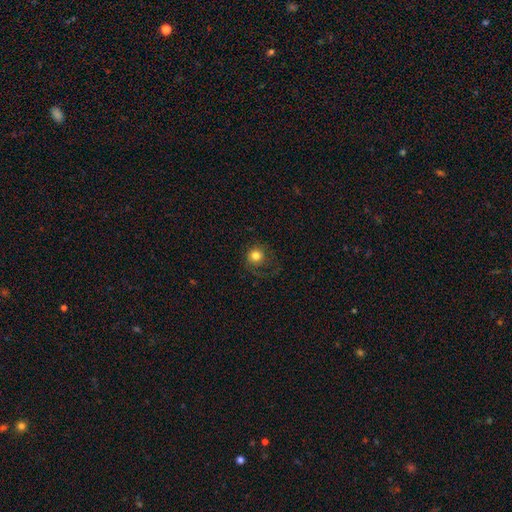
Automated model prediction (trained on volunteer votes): Morphology: type=smooth (78%); roundness=round (92%); merging=none (68%).